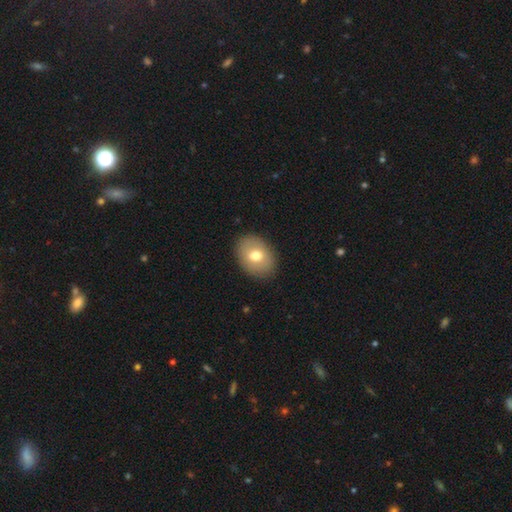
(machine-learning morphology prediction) type=smooth (72%); roundness=in between (68%); merging=none (88%).